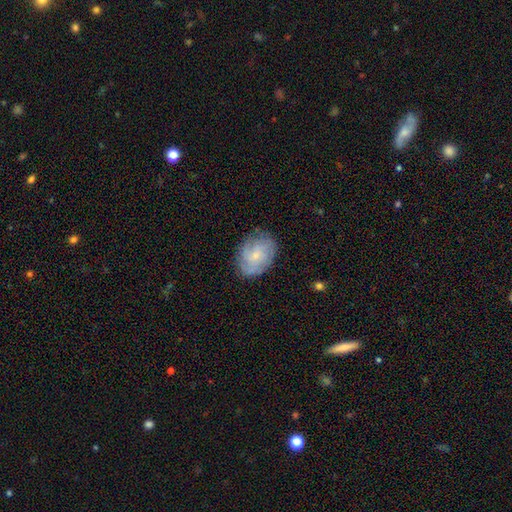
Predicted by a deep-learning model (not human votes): Q: Smooth or featured?
A: featured or disk (53%); runner-up: smooth (39%)
Q: Edge-on disk?
A: no (97%); runner-up: yes (3%)
Q: Bar?
A: no (73%); runner-up: weak (24%)
Q: Spiral arms?
A: yes (82%); runner-up: no (18%)
Q: Bulge size?
A: small (71%); runner-up: moderate (21%)
Q: Merging?
A: none (76%); runner-up: minor disturbance (18%)